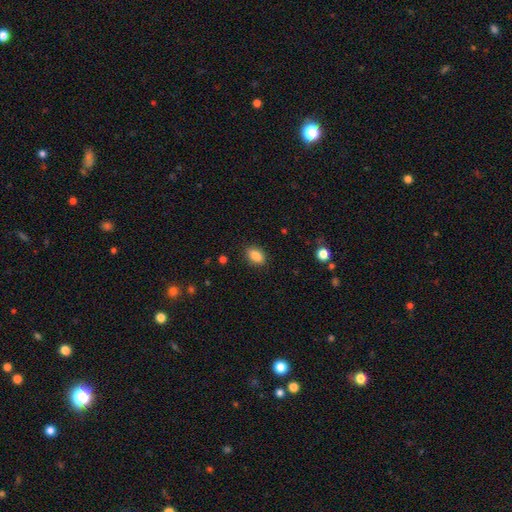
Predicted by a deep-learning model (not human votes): smooth-or-featured: smooth: 84% | star or artifact: 8% | featured or disk: 7%
  how-rounded: in between: 86% | round: 10% | cigar-shaped: 4%
  merging: none: 87% | minor disturbance: 9% | major disturbance: 2% | merger: 1%